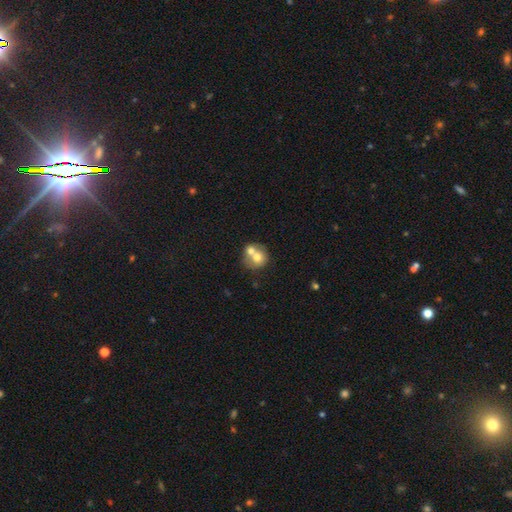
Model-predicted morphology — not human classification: smooth-or-featured: smooth: 64% | featured or disk: 27% | star or artifact: 9%
  how-rounded: round: 76% | in between: 23% | cigar-shaped: 1%
  merging: merger: 60% | none: 29% | minor disturbance: 7% | major disturbance: 4%